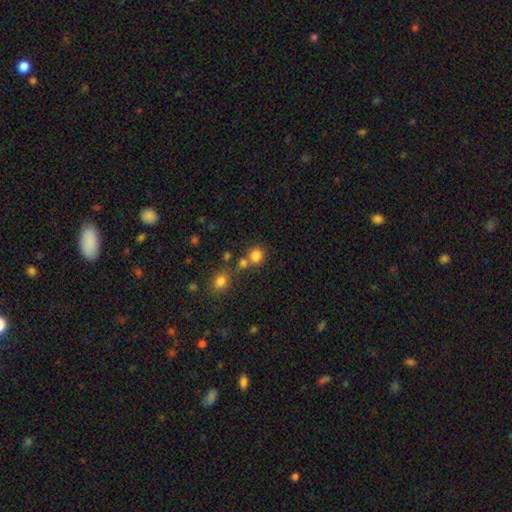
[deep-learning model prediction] This is clearly a smooth galaxy (81%). How rounded: clearly round (81%). Merging: likely none (61%).